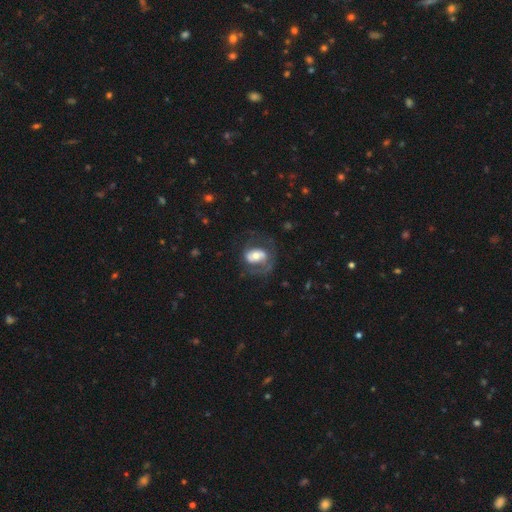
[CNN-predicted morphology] smooth-or-featured: featured or disk: 57% | smooth: 36% | star or artifact: 7%
  disk-edge-on: no: 95% | yes: 5%
    bar: no: 53% | weak: 28% | strong: 19%
    has-spiral-arms: yes: 62% | no: 38%
    bulge-size: moderate: 63% | small: 19% | large: 15% | dominant: 2% | none: 2%
  merging: none: 51% | major disturbance: 27% | minor disturbance: 20% | merger: 3%